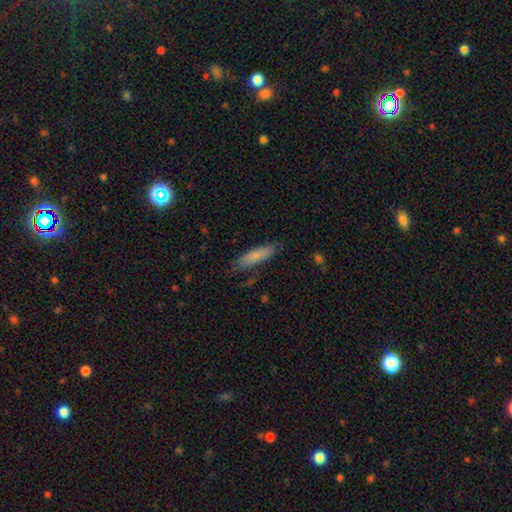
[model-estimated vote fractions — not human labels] Smooth or featured: smooth — 78% (featured or disk — 15%)
How rounded: cigar-shaped — 71% (in between — 27%)
Merging: none — 75% (minor disturbance — 19%)